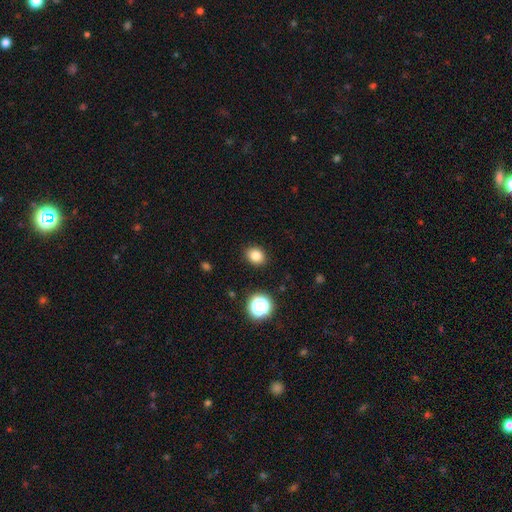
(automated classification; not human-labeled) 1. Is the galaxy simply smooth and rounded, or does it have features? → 82% smooth, 13% star or artifact, 5% featured or disk.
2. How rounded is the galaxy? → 55% round, 44% in between, 1% cigar-shaped.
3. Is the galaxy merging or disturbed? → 89% none, 7% minor disturbance, 2% major disturbance, 1% merger.